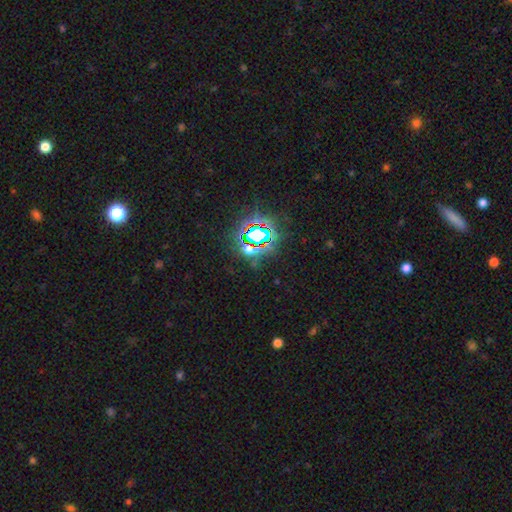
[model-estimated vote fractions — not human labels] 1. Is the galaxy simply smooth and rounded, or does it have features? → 80% star or artifact, 12% smooth, 8% featured or disk.